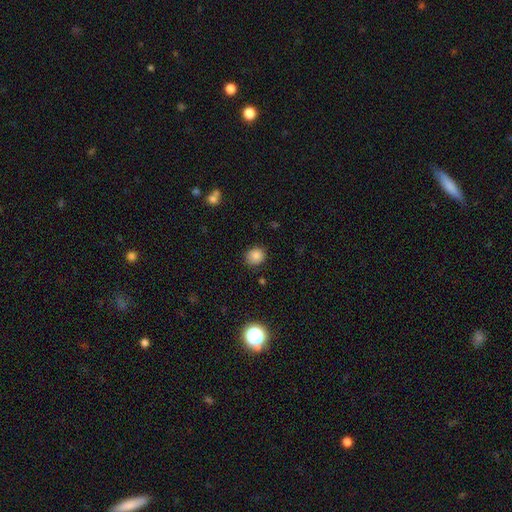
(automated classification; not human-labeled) smooth-or-featured: smooth: 84% | star or artifact: 11% | featured or disk: 5%
  how-rounded: round: 73% | in between: 26% | cigar-shaped: 1%
  merging: none: 85% | minor disturbance: 11% | major disturbance: 3% | merger: 2%